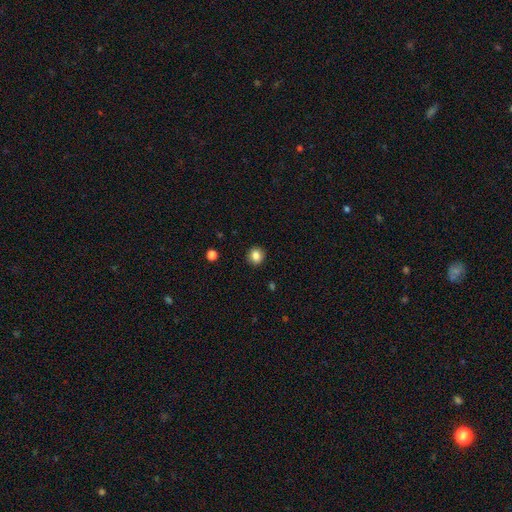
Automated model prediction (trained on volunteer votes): A smooth galaxy with no disk features (85%) that is round (87%). Merging: none (91%).